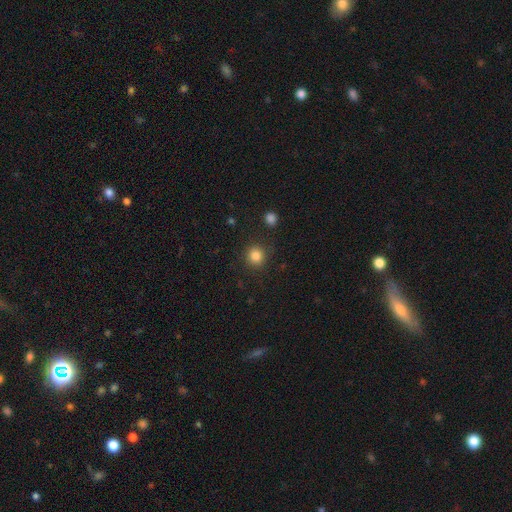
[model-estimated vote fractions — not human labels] smooth 84%, star or artifact 12%, featured or disk 5%. Down the decision tree: how rounded — round (91%); merging — none (88%).